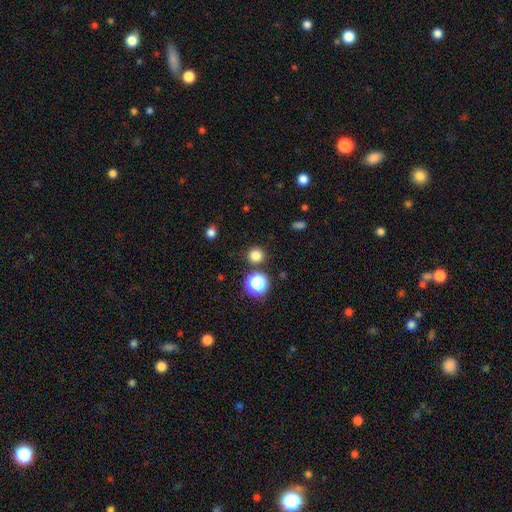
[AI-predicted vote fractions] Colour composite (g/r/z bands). It shows a smooth galaxy with no disk features (80%) that is round (94%). Merging: none (86%).